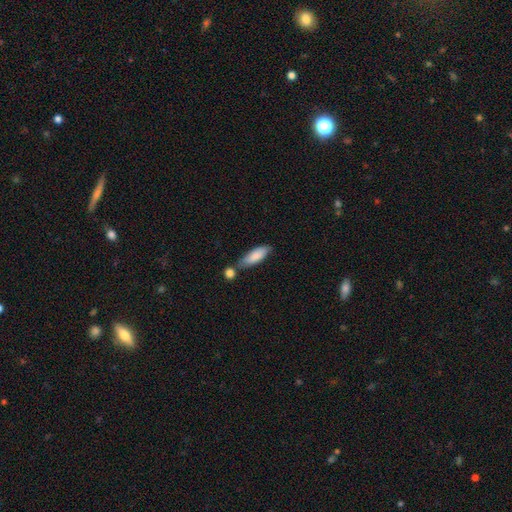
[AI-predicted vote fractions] This appears to be a smooth galaxy with no disk features (83%) that is in between round and cigar-shaped (63%). Merging: none (57%).